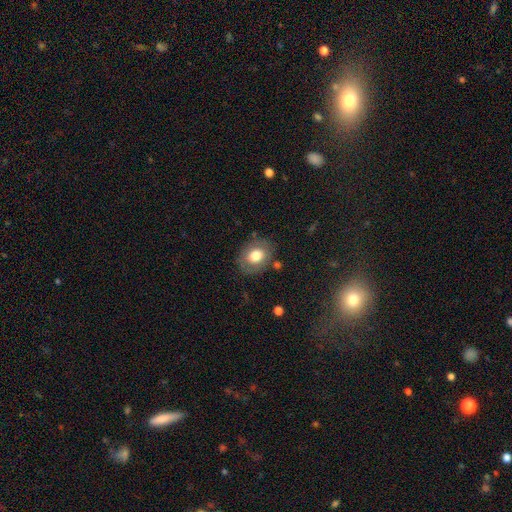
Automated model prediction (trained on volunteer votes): Overall: smooth (72%). How rounded: in between (61%; round 38%). Merging: none (78%).